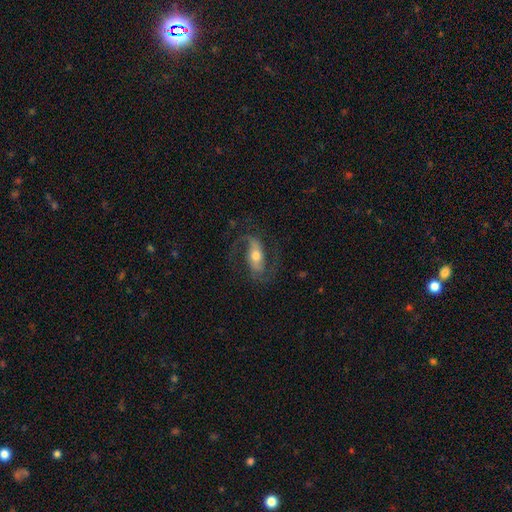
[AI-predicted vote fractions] smooth-or-featured: featured or disk: 84% | smooth: 11% | star or artifact: 5%
  disk-edge-on: no: 94% | yes: 6%
    bar: strong: 47% | weak: 33% | no: 21%
    has-spiral-arms: yes: 95% | no: 5%
      spiral-winding: medium: 50% | loose: 36% | tight: 14%
      spiral-arm-count: 2: 91% | 1: 4% | can't tell: 3% | 3: 1% | 4: 1% | more than 4: 1%
    bulge-size: moderate: 67% | small: 22% | large: 8% | none: 1% | dominant: 1%
  merging: none: 73% | minor disturbance: 14% | major disturbance: 12% | merger: 1%